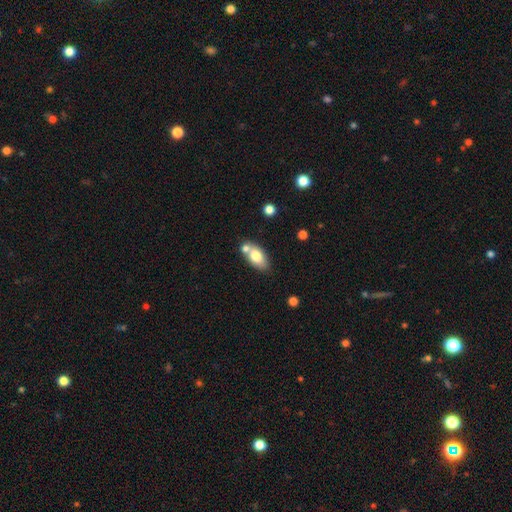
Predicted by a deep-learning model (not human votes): smooth 75%, featured or disk 18%, star or artifact 7%. Down the decision tree: how rounded — in between (88%); merging — none (56%).